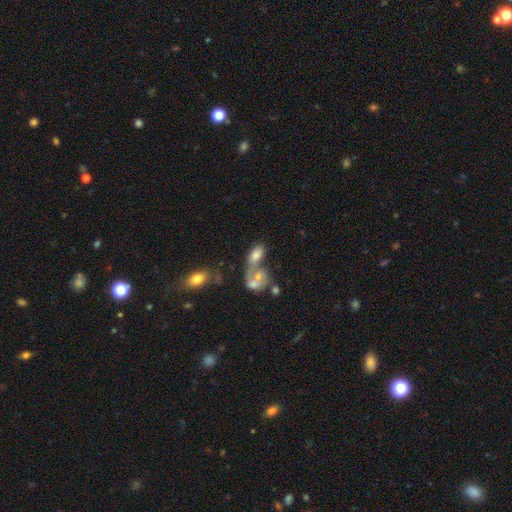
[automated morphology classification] The model was most divided on "smooth or featured": smooth: 60%, featured or disk: 28%, star or artifact: 12%. More confident: how rounded — in between (83%); merging — merger (61%).